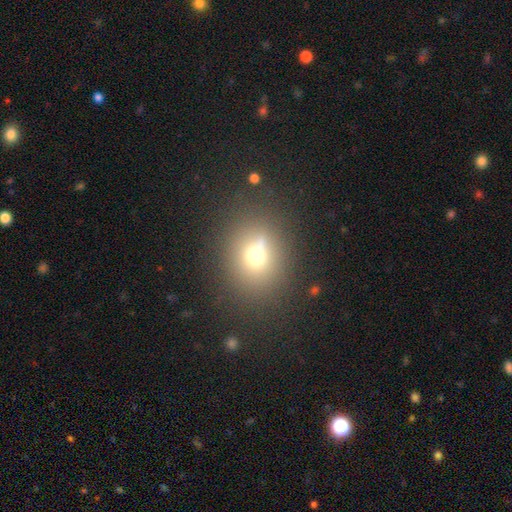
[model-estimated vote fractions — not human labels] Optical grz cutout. It shows a smooth galaxy with no disk features (64%) that is round (68%). Merging: none (74%).